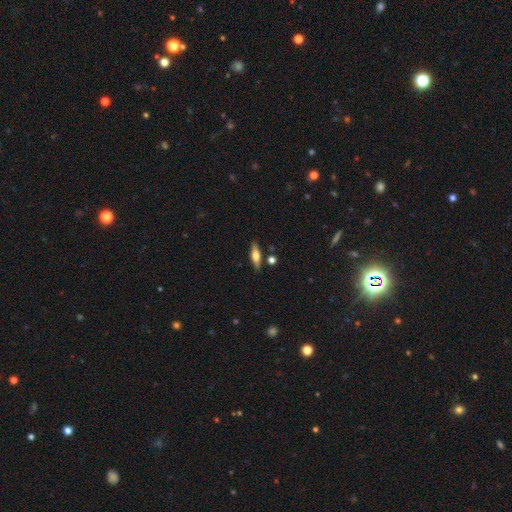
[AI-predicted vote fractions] smooth 52%, featured or disk 42%, star or artifact 7%. Down the decision tree: how rounded — cigar-shaped (58%); merging — none (84%).